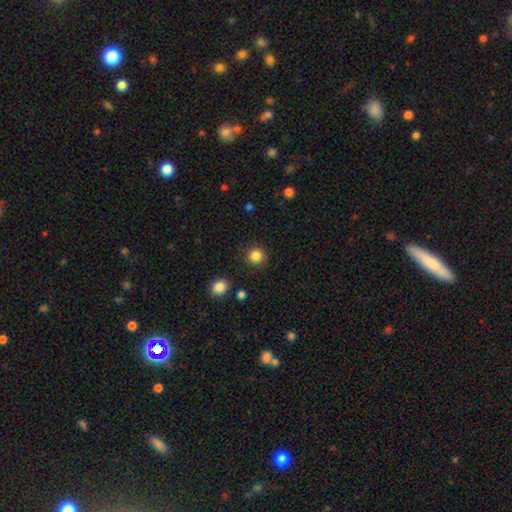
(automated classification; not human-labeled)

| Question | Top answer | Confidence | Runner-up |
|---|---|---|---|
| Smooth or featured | smooth | 86% | star or artifact (11%) |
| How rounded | round | 94% | in between (5%) |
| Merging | none | 90% | minor disturbance (6%) |